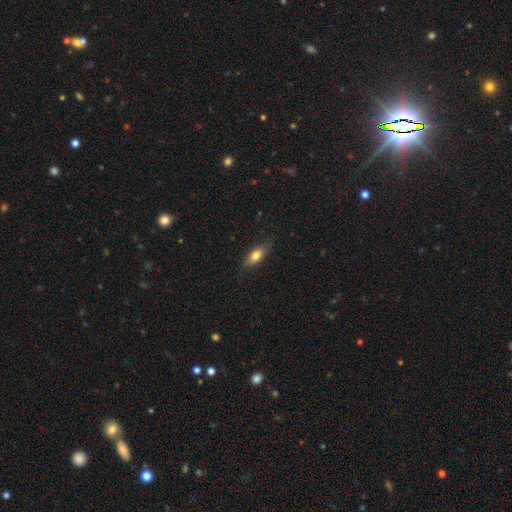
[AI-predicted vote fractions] Smooth or featured? Predicted: smooth (p=0.73). How rounded? Predicted: in between (p=0.70). Merging? Predicted: none (p=0.80).